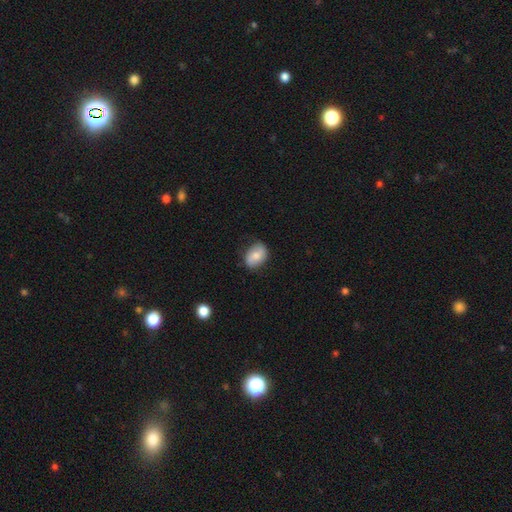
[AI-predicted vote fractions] Q: Smooth or featured?
A: smooth (69%); runner-up: featured or disk (24%)
Q: How rounded?
A: in between (73%); runner-up: round (26%)
Q: Merging?
A: none (77%); runner-up: minor disturbance (18%)